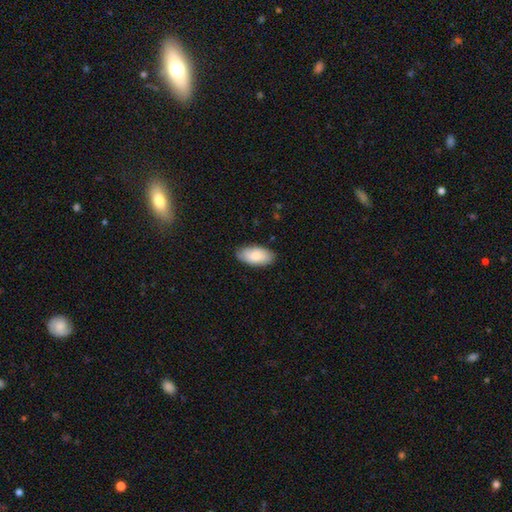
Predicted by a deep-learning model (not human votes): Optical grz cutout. It shows a smooth galaxy with no disk features (80%) that is in between round and cigar-shaped (94%). Merging: none (82%).